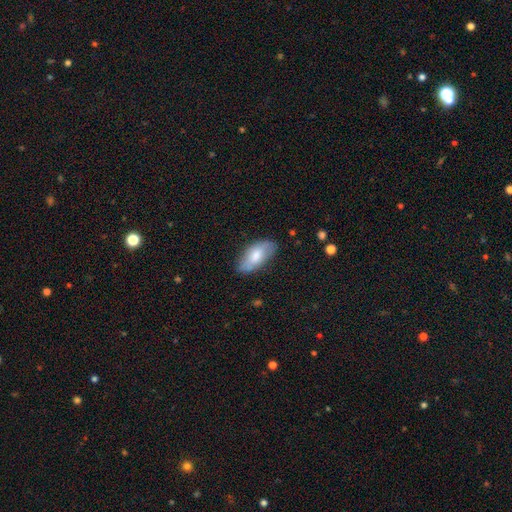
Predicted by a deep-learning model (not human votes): The model was most divided on "smooth or featured": smooth: 71%, featured or disk: 23%, star or artifact: 6%. More confident: how rounded — in between (91%); merging — none (77%).